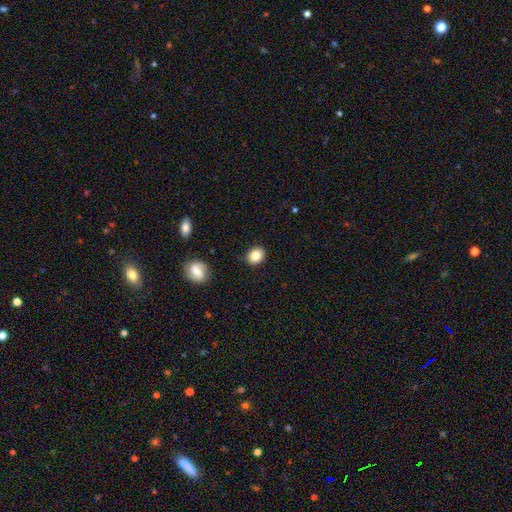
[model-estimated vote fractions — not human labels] This is clearly a smooth galaxy (83%). How rounded: possibly round (59%). Merging: clearly none (88%).